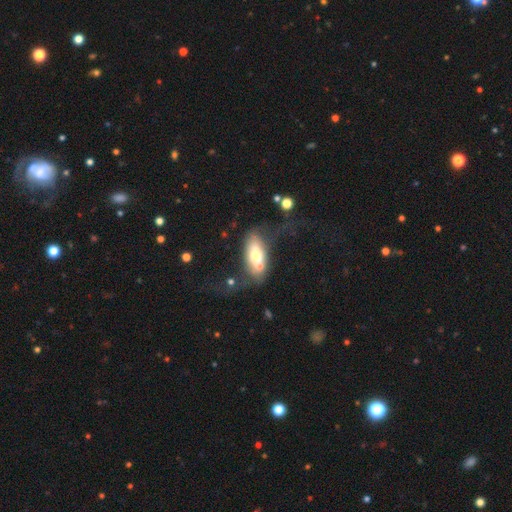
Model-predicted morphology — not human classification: A smooth galaxy with no disk features (58%) that is in between round and cigar-shaped (83%). Merging: none (37%).